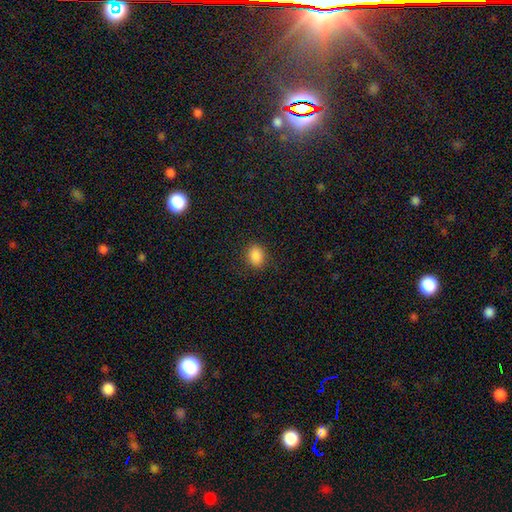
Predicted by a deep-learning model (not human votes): A smooth galaxy with no disk features (87%) that is in between round and cigar-shaped (58%). Merging: none (85%).